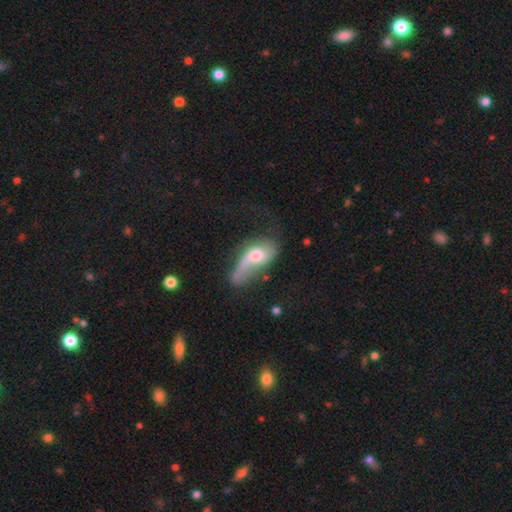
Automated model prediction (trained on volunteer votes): Overall: featured or disk (55%; smooth 37%). Edge-on disk: no (85%). Merging: major disturbance (38%; none 28%).